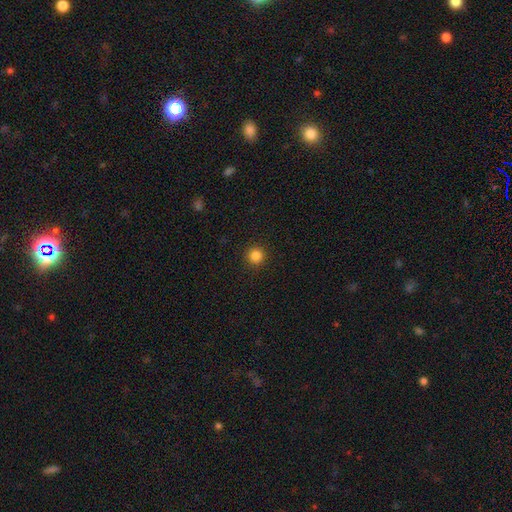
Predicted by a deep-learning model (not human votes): Smooth or featured? Predicted: smooth (p=0.84). How rounded? Predicted: round (p=0.95). Merging? Predicted: none (p=0.92).